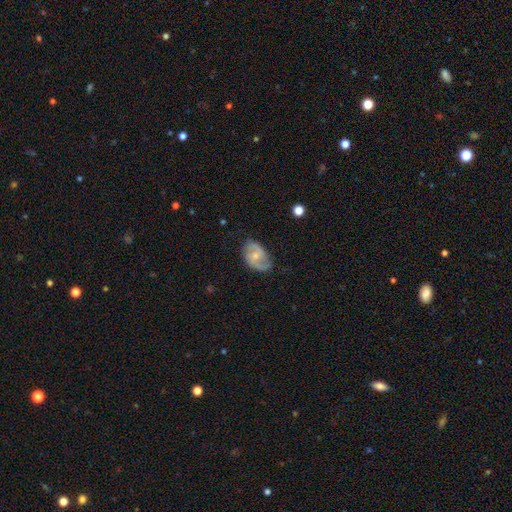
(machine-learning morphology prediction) A featured or disk galaxy (73%) with no bar (54%), 2 (86%) medium (47%) spiral arms (90%) and a small central bulge (58%).

Vote fractions:
- Smooth or featured? featured or disk: 73% / smooth: 22% / star or artifact: 6%
- Edge-on disk? no: 97% / yes: 3%
- Bar? no: 54% / weak: 38% / strong: 7%
- Spiral arms? yes: 90% / no: 10%
- Spiral winding? medium: 47% / loose: 33% / tight: 20%
- Spiral arm count? 2: 86% / can't tell: 8% / 1: 3% / 3: 2% / 4: 1% / more than 4: 1%
- Bulge size? small: 58% / moderate: 37% / none: 3% / large: 1% / dominant: 1%
- Merging? none: 71% / minor disturbance: 22% / major disturbance: 7% / merger: 1%